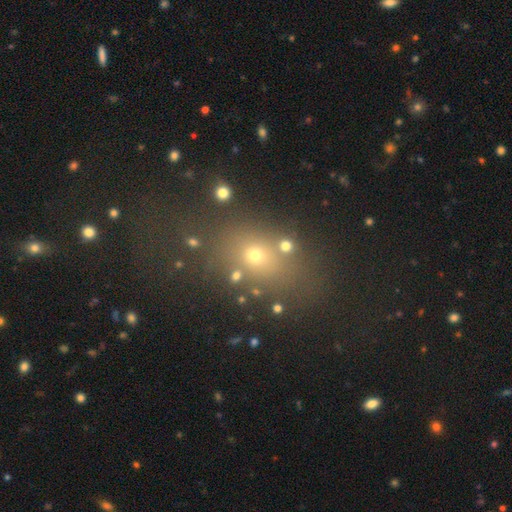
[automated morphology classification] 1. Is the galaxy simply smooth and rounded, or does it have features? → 61% smooth, 25% star or artifact, 14% featured or disk.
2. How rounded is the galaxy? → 55% in between, 42% round, 2% cigar-shaped.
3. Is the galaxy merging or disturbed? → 73% none, 13% minor disturbance, 8% merger, 7% major disturbance.